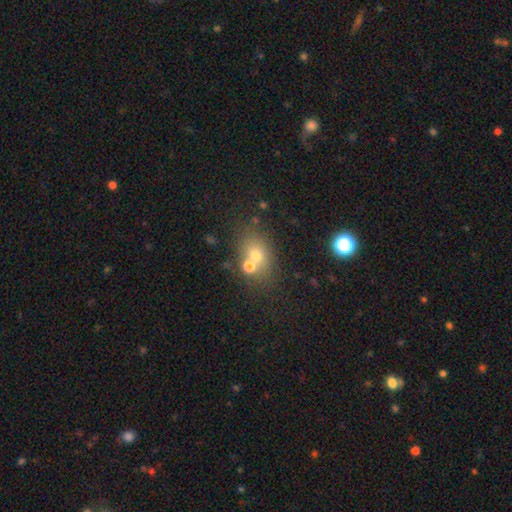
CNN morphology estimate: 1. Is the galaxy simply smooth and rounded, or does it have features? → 65% smooth, 18% featured or disk, 17% star or artifact.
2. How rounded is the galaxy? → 52% in between, 47% round, 1% cigar-shaped.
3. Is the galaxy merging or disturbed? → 53% none, 31% merger, 11% minor disturbance, 5% major disturbance.